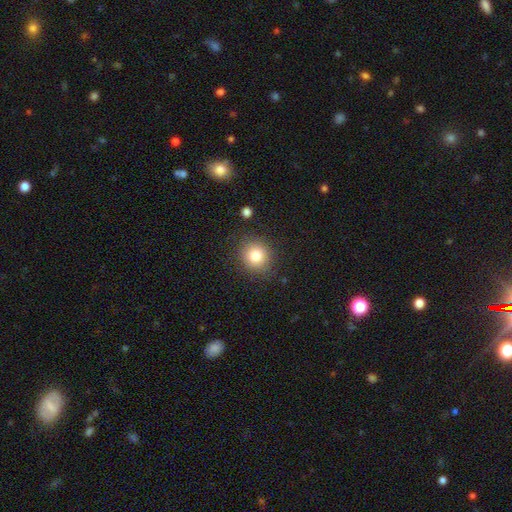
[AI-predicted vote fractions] smooth-or-featured: smooth: 80% | star or artifact: 11% | featured or disk: 8%
  how-rounded: round: 87% | in between: 12% | cigar-shaped: 1%
  merging: none: 86% | minor disturbance: 9% | major disturbance: 3% | merger: 2%